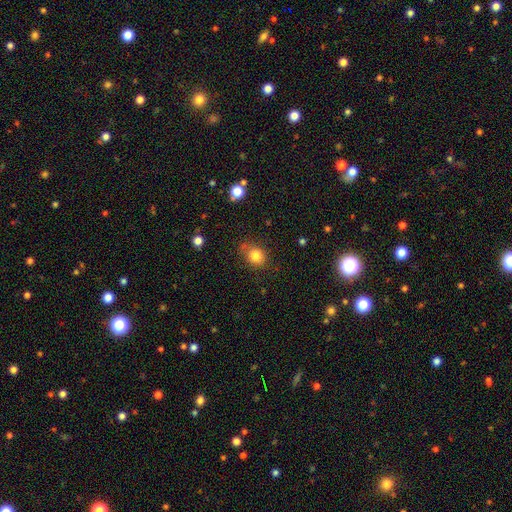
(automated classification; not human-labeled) This is clearly a smooth galaxy (82%). How rounded: likely round (62%). Merging: likely none (68%).